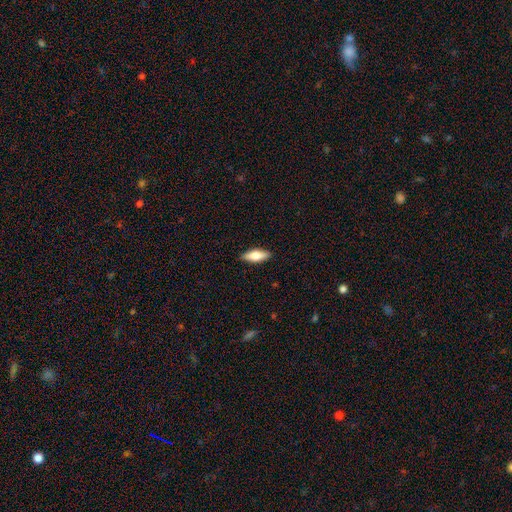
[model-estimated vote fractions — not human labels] Overall: smooth (70%). How rounded: in between (67%; cigar-shaped 31%). Merging: none (89%).